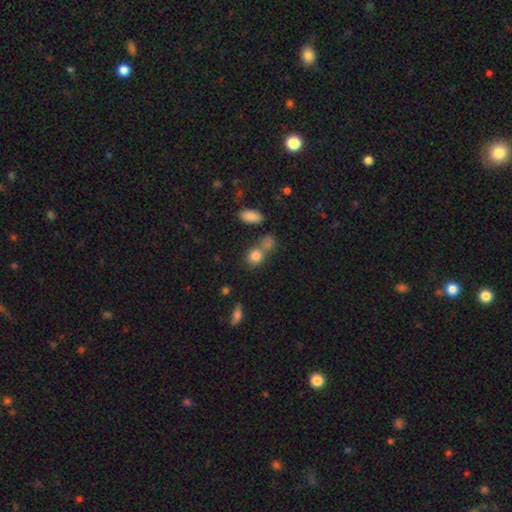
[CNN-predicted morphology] This is clearly a smooth galaxy (81%). How rounded: likely round (64%). Merging: possibly none (48%).